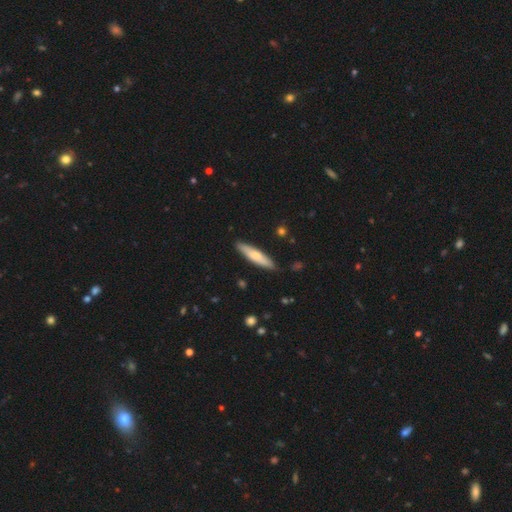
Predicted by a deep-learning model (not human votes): Smooth or featured? smooth (60%)
How rounded? cigar-shaped (81%)
Merging? none (87%)